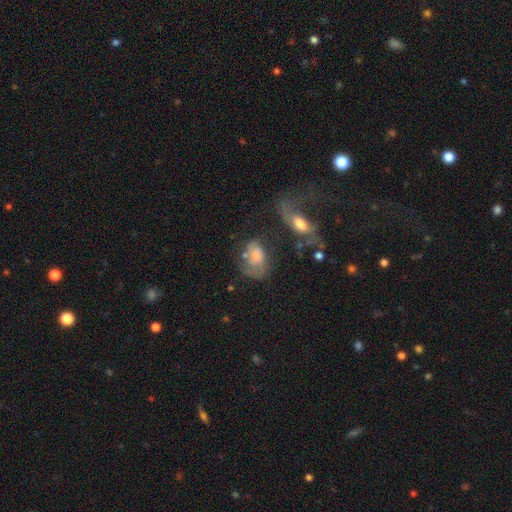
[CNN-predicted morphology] type=smooth (55%); roundness=in between (80%); merging=none (31%).